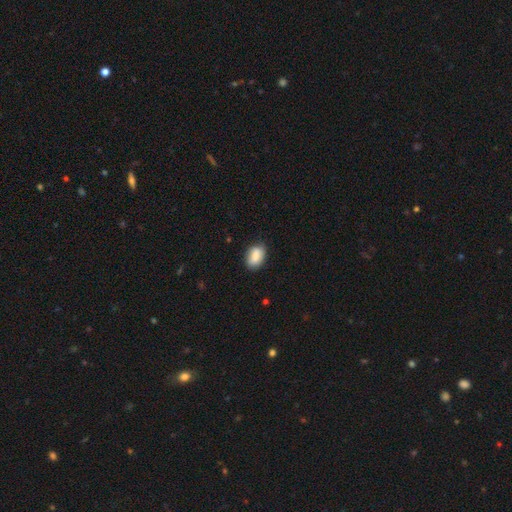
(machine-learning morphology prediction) This is clearly a smooth galaxy (85%). How rounded: clearly in between (86%). Merging: likely none (79%).